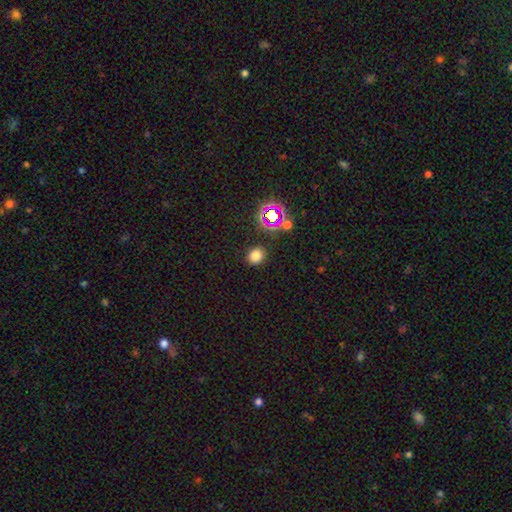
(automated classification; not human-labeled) smooth 75%, star or artifact 19%, featured or disk 6%. Down the decision tree: how rounded — round (64%); merging — none (84%).